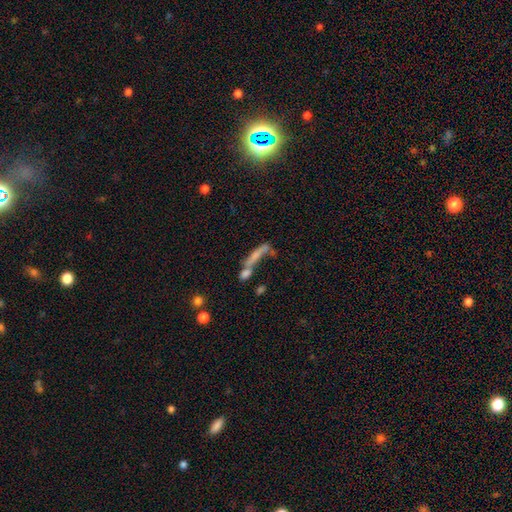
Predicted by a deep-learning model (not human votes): This appears to be a smooth galaxy with no disk features (53%) that is cigar-shaped (81%). Merging: merger (42%).